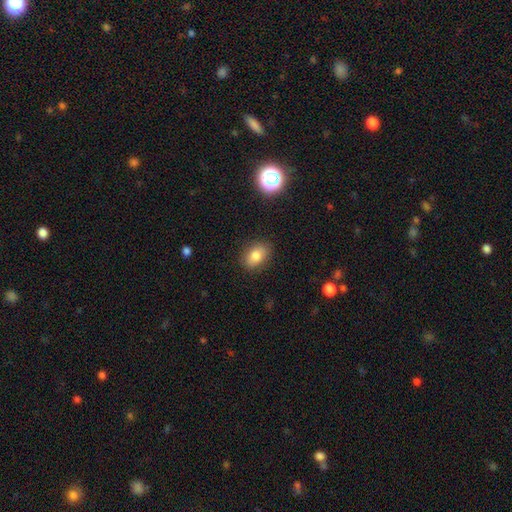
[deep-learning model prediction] A smooth galaxy with no disk features (80%) that is in between round and cigar-shaped (79%).

Vote fractions:
- Smooth or featured? smooth: 80% / star or artifact: 10% / featured or disk: 9%
- How rounded? in between: 79% / round: 20% / cigar-shaped: 2%
- Merging? none: 85% / minor disturbance: 11% / major disturbance: 3% / merger: 1%